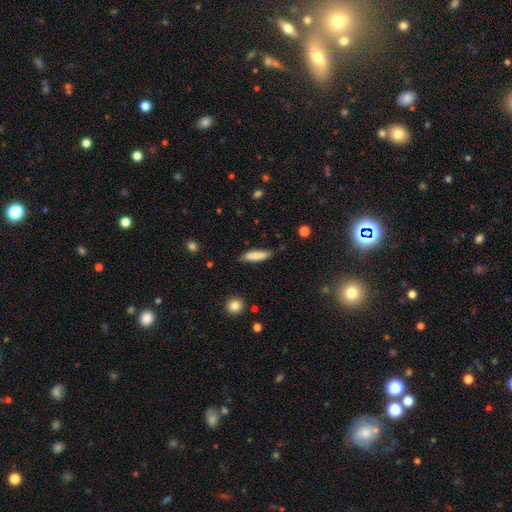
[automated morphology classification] smooth 82%, featured or disk 12%, star or artifact 6%. Down the decision tree: how rounded — cigar-shaped (71%); merging — none (81%).